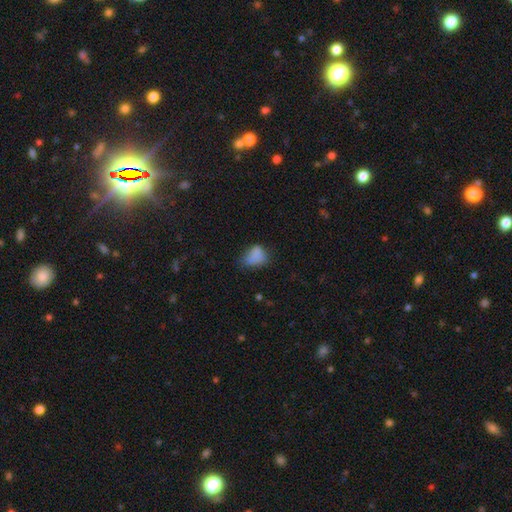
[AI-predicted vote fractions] A smooth galaxy with no disk features (78%) that is in between round and cigar-shaped (76%).

Vote fractions:
- Smooth or featured? smooth: 78% / star or artifact: 12% / featured or disk: 10%
- How rounded? in between: 76% / round: 22% / cigar-shaped: 2%
- Merging? minor disturbance: 38% (tied) / none: 38% (tied) / major disturbance: 20% / merger: 4%